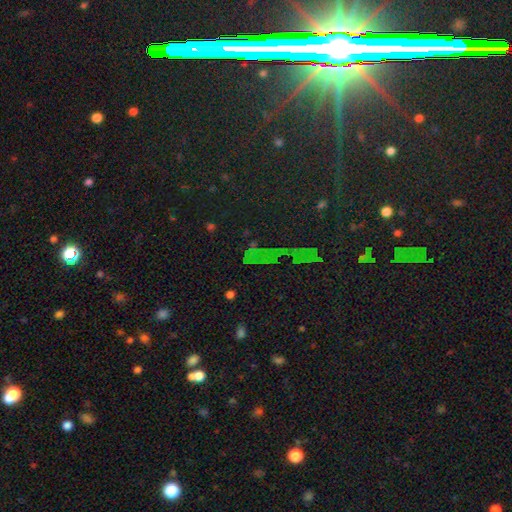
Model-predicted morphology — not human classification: Q: Smooth or featured?
A: star or artifact (71%); runner-up: smooth (17%)